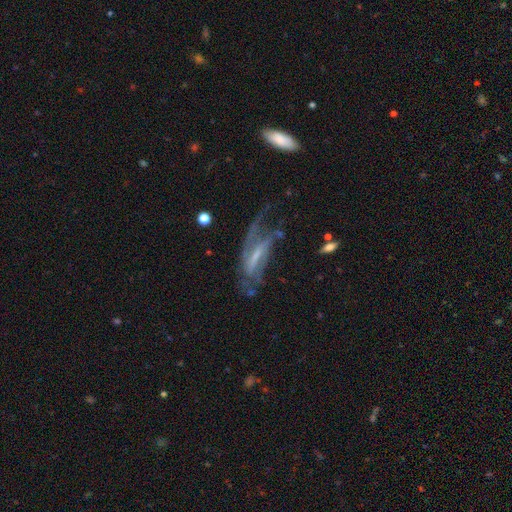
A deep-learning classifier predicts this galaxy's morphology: The model was most divided on "merging": major disturbance: 40%, none: 35%, minor disturbance: 20%, merger: 5%. Remaining: edge-on disk — no (81%); spiral arms — yes (80%); smooth or featured — featured or disk (75%); bulge size — small (44%); bar — strong (42%).